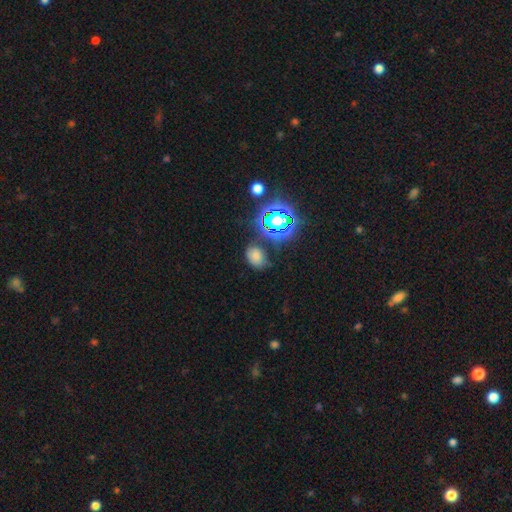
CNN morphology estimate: smooth_or_featured: smooth (p=0.62) [alt: star or artifact p=0.28]
how_rounded: in between (p=0.71) [alt: round p=0.28]
merging: none (p=0.69) [alt: minor disturbance p=0.19]